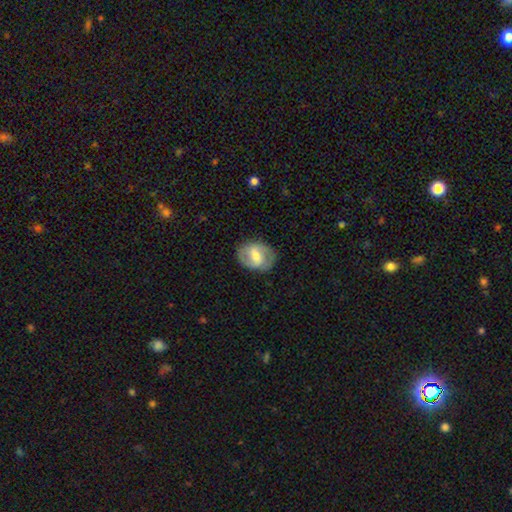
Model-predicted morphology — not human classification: This appears to be a featured or disk galaxy (64%) with a weak bar (46%), spiral arms (74%) and a moderate central bulge (59%). Merging: none (81%).